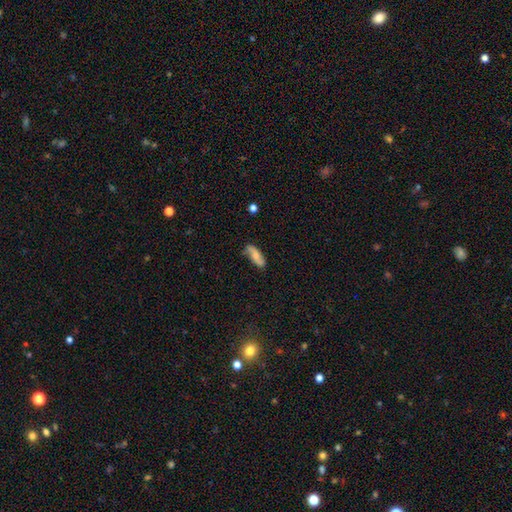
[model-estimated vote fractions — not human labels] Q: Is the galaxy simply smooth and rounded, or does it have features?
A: smooth — 57%.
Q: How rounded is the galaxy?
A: in between — 64%.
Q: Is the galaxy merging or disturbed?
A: none — 72%.